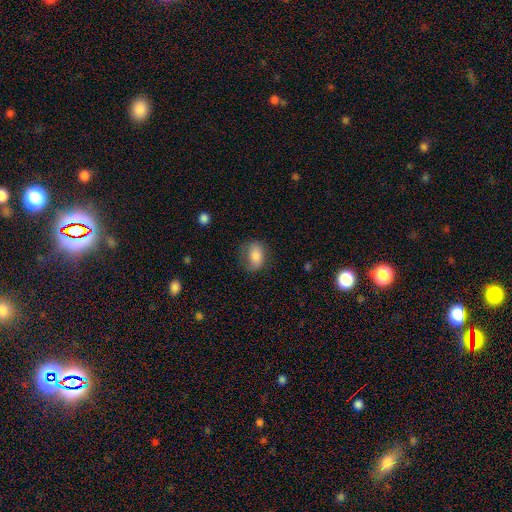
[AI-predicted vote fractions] The model was most divided on "merging": none: 56%, minor disturbance: 27%, major disturbance: 15%, merger: 2%. More confident: smooth or featured — smooth (77%); how rounded — in between (75%).